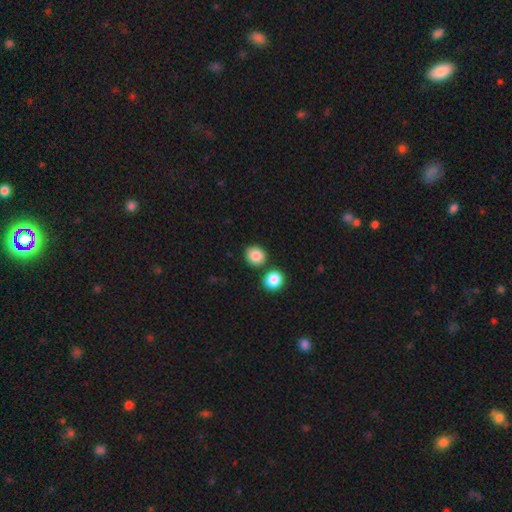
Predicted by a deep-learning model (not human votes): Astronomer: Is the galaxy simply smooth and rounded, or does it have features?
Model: smooth — 86%.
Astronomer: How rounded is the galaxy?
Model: round — 79%.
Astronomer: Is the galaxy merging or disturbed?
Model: none — 78%.